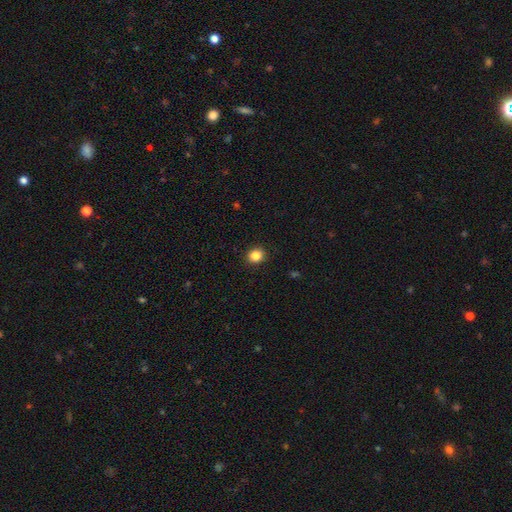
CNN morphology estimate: A smooth galaxy with no disk features (86%) that is round (77%). Merging: none (92%).